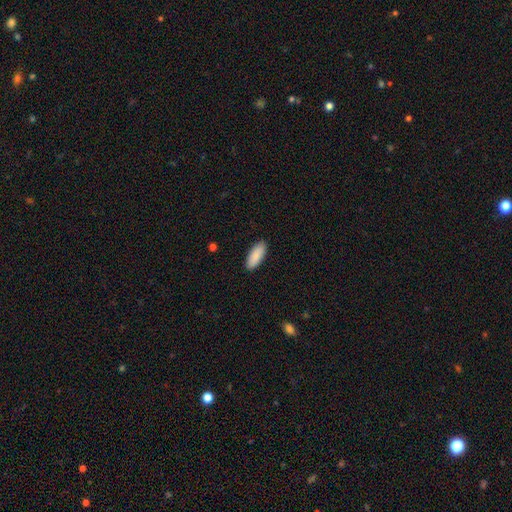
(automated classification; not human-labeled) The model was most divided on "how rounded": in between: 78%, cigar-shaped: 20%, round: 2%. More confident: smooth or featured — smooth (90%); merging — none (89%).